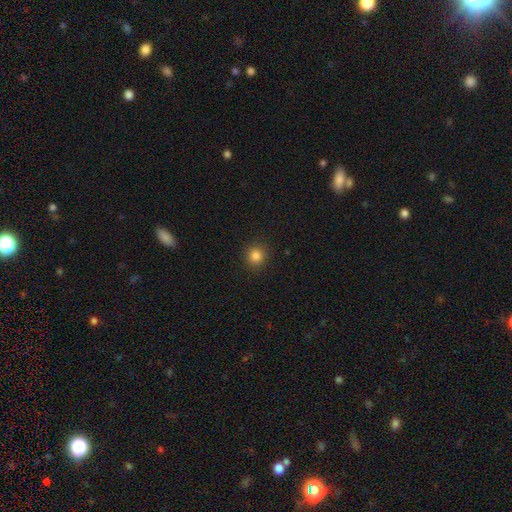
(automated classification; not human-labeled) smooth_or_featured: smooth (p=0.84) [alt: star or artifact p=0.12]
how_rounded: round (p=0.91) [alt: in between p=0.08]
merging: none (p=0.91) [alt: minor disturbance p=0.06]